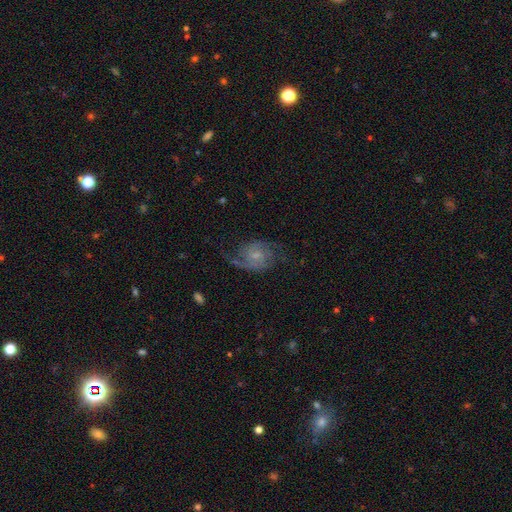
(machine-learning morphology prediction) This is clearly a featured or disk galaxy (83%). It is clearly not viewed edge-on (98%). Bar: possibly no (54%). Spiral arm pattern: clearly yes (96%). Spiral arm count: clearly 2 (89%). Spiral winding: possibly medium (48%). Central bulge: possibly small (53%). Merging: likely none (68%).